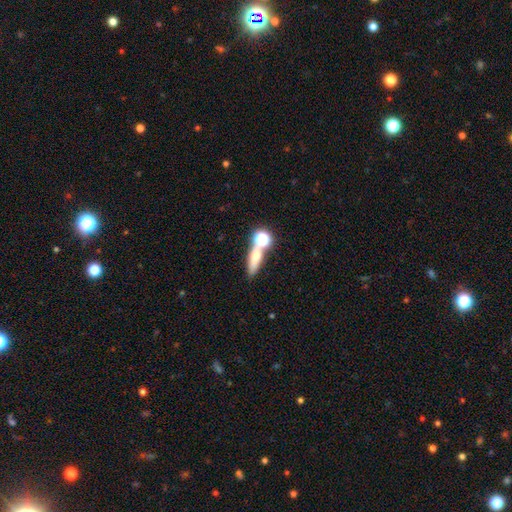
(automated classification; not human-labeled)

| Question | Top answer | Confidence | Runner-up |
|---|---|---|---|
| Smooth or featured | smooth | 59% | featured or disk (25%) |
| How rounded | cigar-shaped | 42% | in between (37%) |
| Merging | none | 56% | merger (28%) |